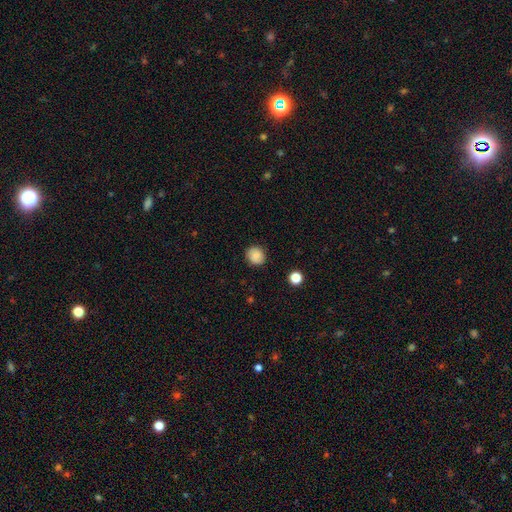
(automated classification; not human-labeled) Overall: smooth (86%). How rounded: round (82%). Merging: none (86%).